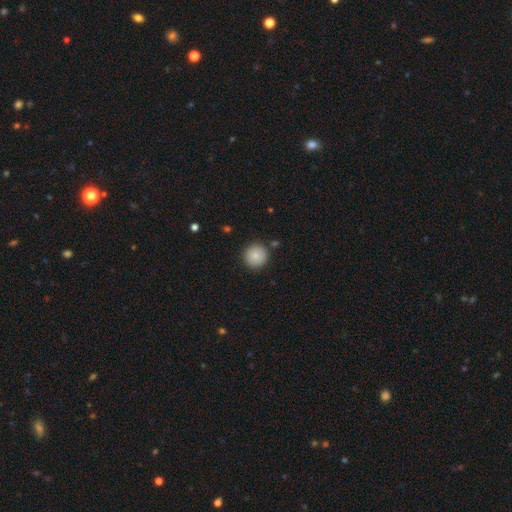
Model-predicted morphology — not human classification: This appears to be a smooth galaxy with no disk features (85%) that is round (95%). Merging: none (89%).